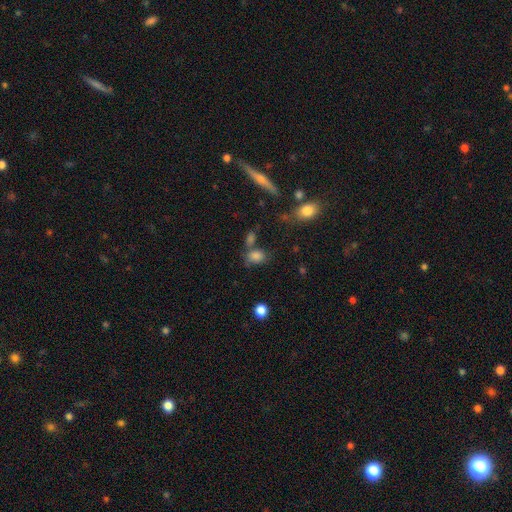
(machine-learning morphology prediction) Smooth or featured: smooth — 80% (star or artifact — 12%)
How rounded: in between — 70% (round — 28%)
Merging: none — 54% (merger — 21%)